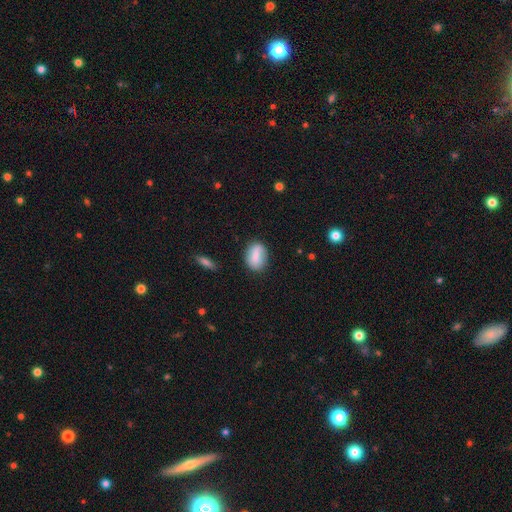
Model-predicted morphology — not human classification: Q: Smooth or featured?
A: smooth (77%); runner-up: featured or disk (15%)
Q: How rounded?
A: in between (73%); runner-up: round (24%)
Q: Merging?
A: none (77%); runner-up: minor disturbance (16%)